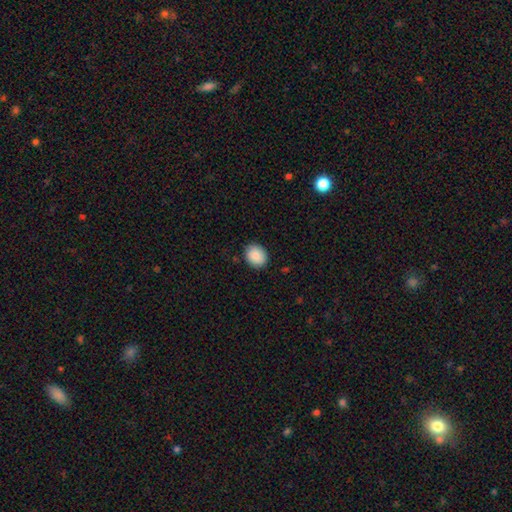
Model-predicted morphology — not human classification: The model was most divided on "how rounded": round: 57%, in between: 42%, cigar-shaped: 1%. More confident: smooth or featured — smooth (89%); merging — none (88%).